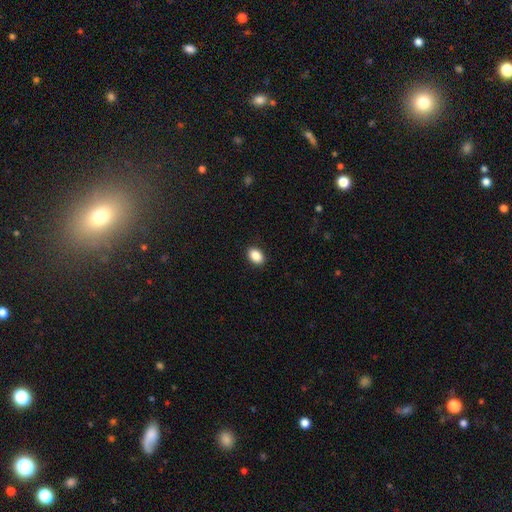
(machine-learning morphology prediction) Smooth or featured: smooth — 88% (star or artifact — 8%)
How rounded: in between — 84% (round — 15%)
Merging: none — 90% (minor disturbance — 7%)